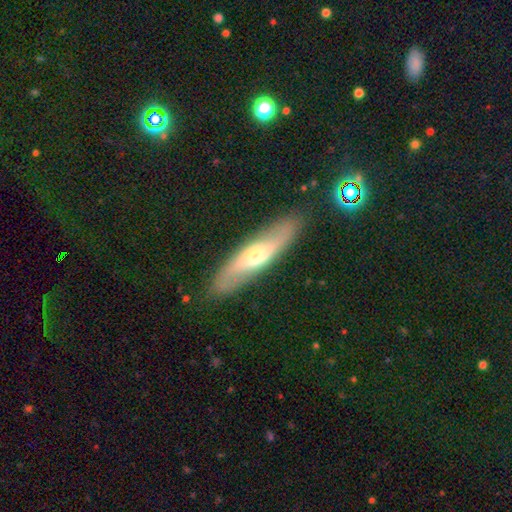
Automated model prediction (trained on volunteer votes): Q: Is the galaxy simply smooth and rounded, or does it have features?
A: featured or disk — 57%.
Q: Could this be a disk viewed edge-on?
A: no — 50%, tied with yes.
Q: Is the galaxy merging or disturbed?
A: none — 87%.